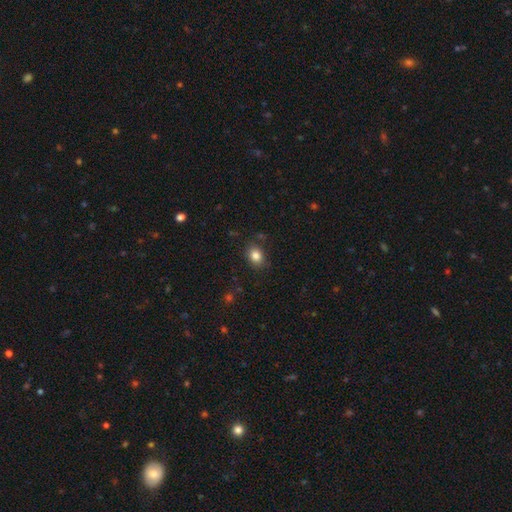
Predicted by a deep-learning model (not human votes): The model was most divided on "how rounded": in between: 58%, round: 41%, cigar-shaped: 1%. More confident: smooth or featured — smooth (84%); merging — none (82%).